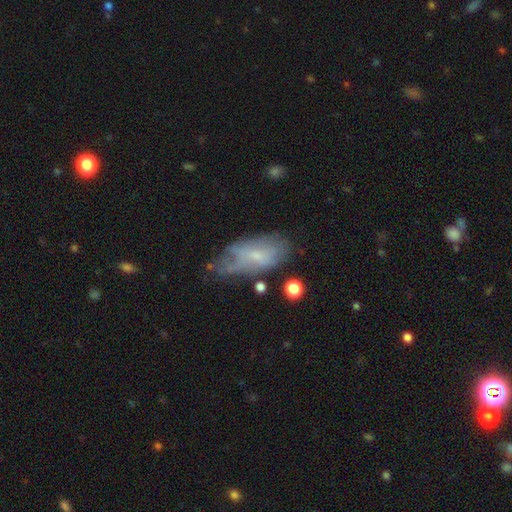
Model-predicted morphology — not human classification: smooth-or-featured: featured or disk: 48% | smooth: 43% | star or artifact: 9%
  merging: none: 43% | minor disturbance: 32% | major disturbance: 20% | merger: 5%